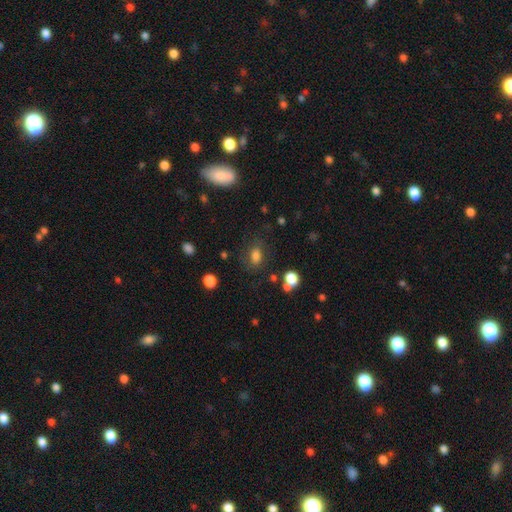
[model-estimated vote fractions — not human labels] Q: Smooth or featured?
A: smooth (78%); runner-up: star or artifact (13%)
Q: How rounded?
A: in between (77%); runner-up: round (20%)
Q: Merging?
A: none (70%); runner-up: minor disturbance (17%)